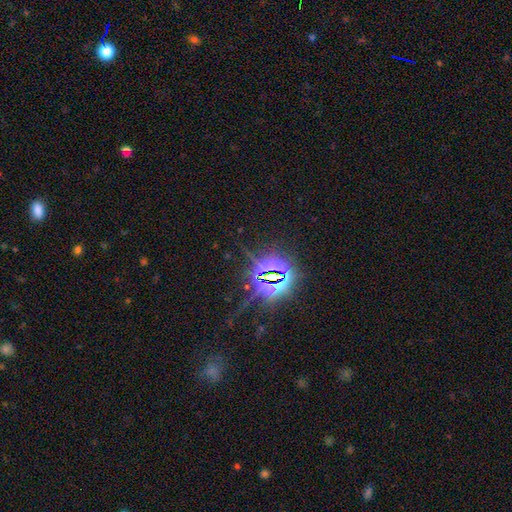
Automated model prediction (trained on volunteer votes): Q: Smooth or featured?
A: star or artifact (83%); runner-up: smooth (10%)